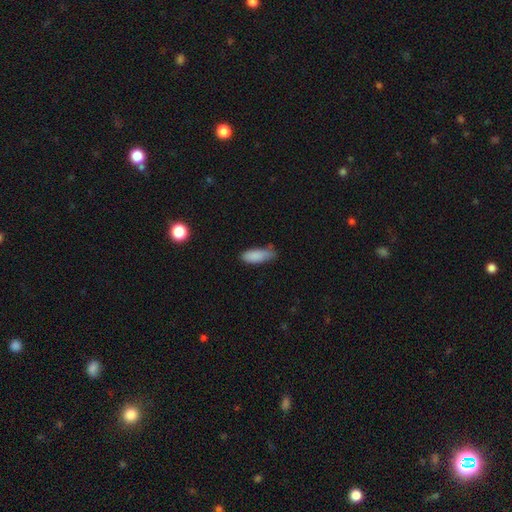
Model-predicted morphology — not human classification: A smooth galaxy with no disk features (86%) that is in between round and cigar-shaped (71%).

Vote fractions:
- Smooth or featured? smooth: 86% / star or artifact: 7% / featured or disk: 6%
- How rounded? in between: 71% / cigar-shaped: 27% / round: 2%
- Merging? none: 54% / minor disturbance: 35% / major disturbance: 7% / merger: 3%